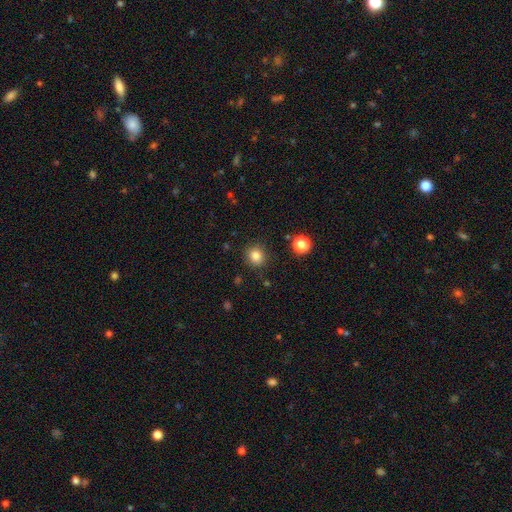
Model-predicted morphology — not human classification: A smooth galaxy with no disk features (83%) that is round (85%). Merging: none (88%).